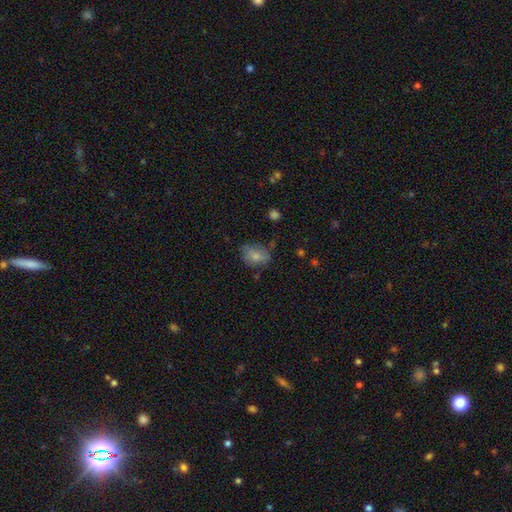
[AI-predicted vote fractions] A smooth galaxy with no disk features (75%) that is in between round and cigar-shaped (60%). Merging: none (56%).